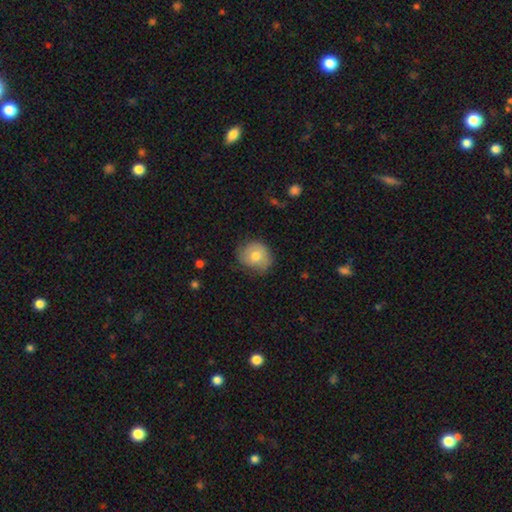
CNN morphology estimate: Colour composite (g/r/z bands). It shows a smooth galaxy with no disk features (66%) that is round (75%). Merging: none (65%).